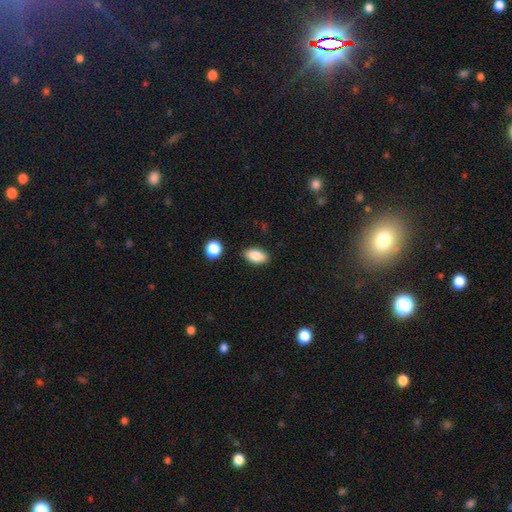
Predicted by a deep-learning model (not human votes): The model was most divided on "smooth or featured": smooth: 86%, star or artifact: 8%, featured or disk: 6%. More confident: how rounded — in between (92%); merging — none (87%).